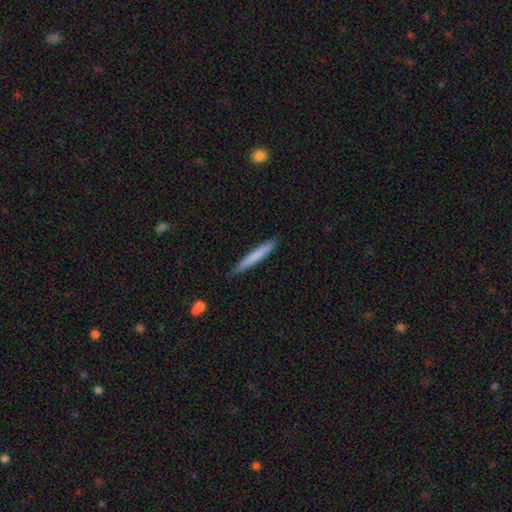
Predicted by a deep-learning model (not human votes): Smooth or featured?
  - smooth: 72% *
  - featured or disk: 22%
  - star or artifact: 5%
How rounded?
  - cigar-shaped: 96% *
  - in between: 3%
  - round: 1%
Merging?
  - none: 87% *
  - minor disturbance: 10%
  - major disturbance: 2%
  - merger: 1%